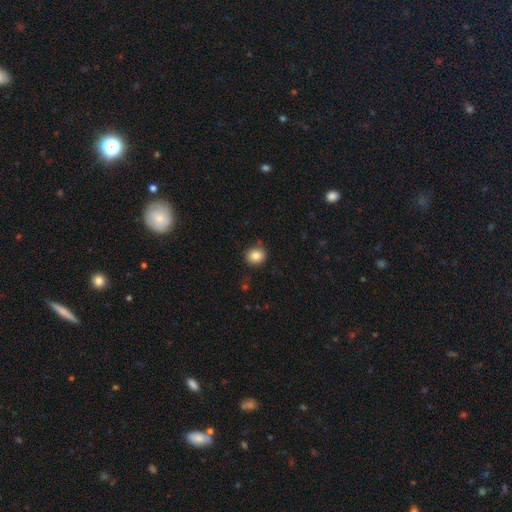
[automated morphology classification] This is clearly a smooth galaxy (84%). How rounded: likely round (78%). Merging: clearly none (81%).